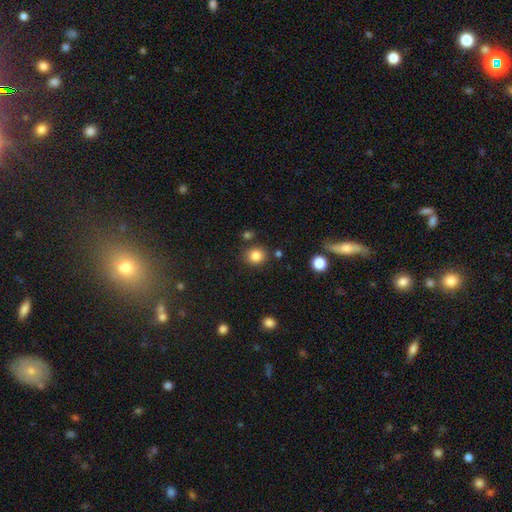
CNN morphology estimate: This appears to be a smooth galaxy with no disk features (84%) that is round (83%). Merging: none (83%).